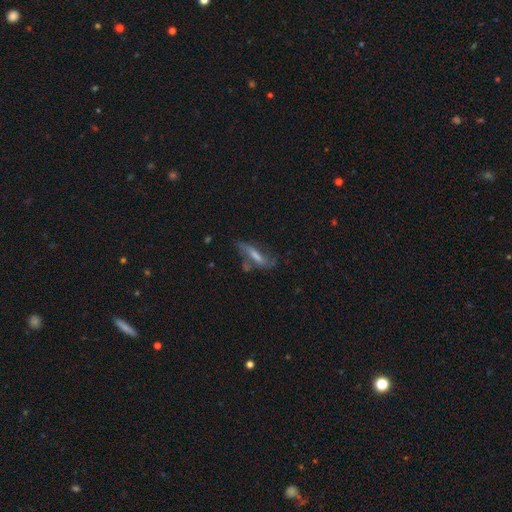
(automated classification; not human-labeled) Q: Smooth or featured?
A: featured or disk (54%); runner-up: smooth (35%)
Q: Edge-on disk?
A: yes (51%); runner-up: no (49%)
Q: Merging?
A: none (48%); runner-up: minor disturbance (24%)